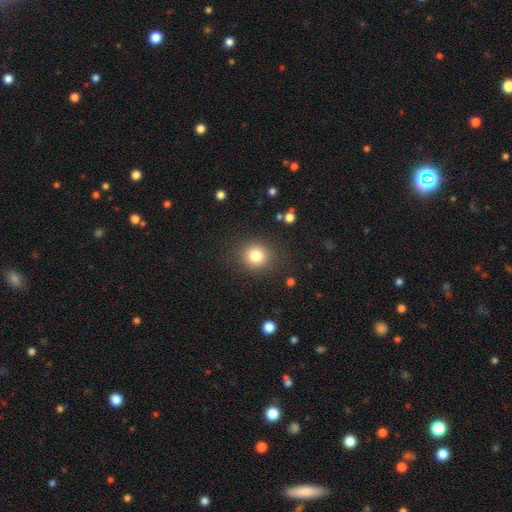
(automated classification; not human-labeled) A smooth galaxy with no disk features (81%) that is round (86%).

Vote fractions:
- Smooth or featured? smooth: 81% / star or artifact: 11% / featured or disk: 8%
- How rounded? round: 86% / in between: 13% / cigar-shaped: 1%
- Merging? none: 87% / minor disturbance: 8% / major disturbance: 4% / merger: 1%